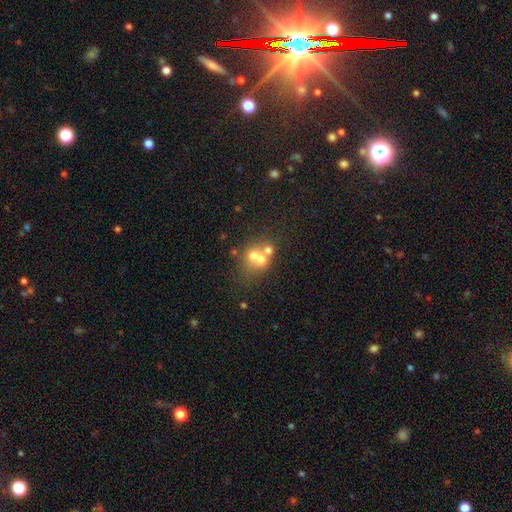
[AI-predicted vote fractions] Morphology: type=smooth (53%); roundness=round (73%); merging=merger (57%).